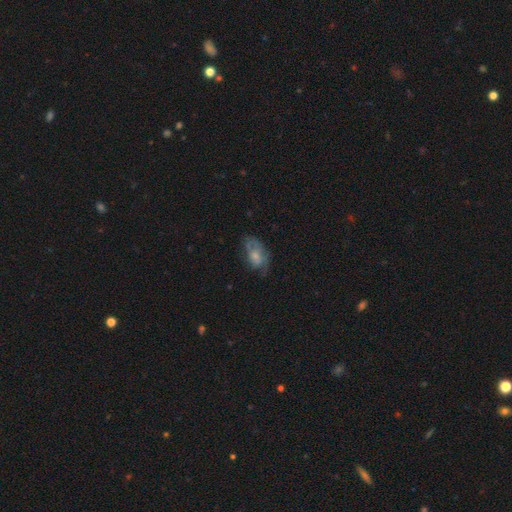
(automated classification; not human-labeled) This is possibly a smooth galaxy (48%). Merging: possibly none (49%).